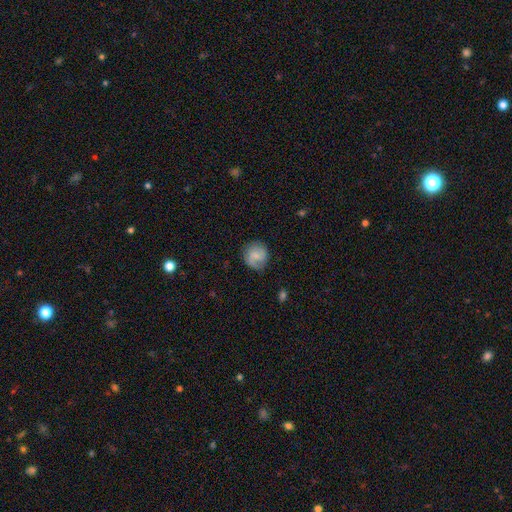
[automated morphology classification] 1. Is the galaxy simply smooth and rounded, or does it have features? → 59% smooth, 33% featured or disk, 8% star or artifact.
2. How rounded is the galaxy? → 86% round, 13% in between, 1% cigar-shaped.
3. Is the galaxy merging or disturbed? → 74% none, 19% minor disturbance, 6% major disturbance, 1% merger.